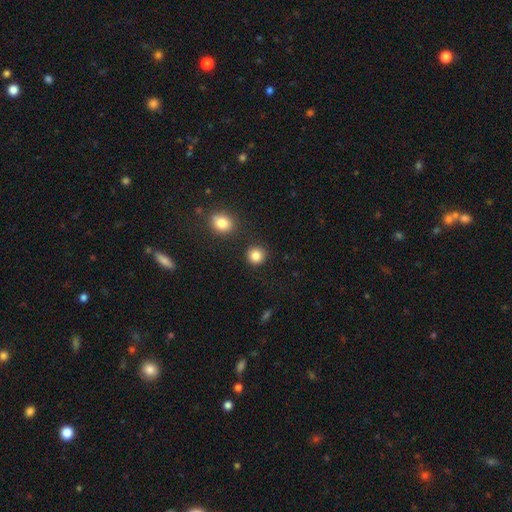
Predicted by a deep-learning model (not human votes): smooth 86%, star or artifact 10%, featured or disk 4%. Down the decision tree: how rounded — round (91%); merging — none (87%).